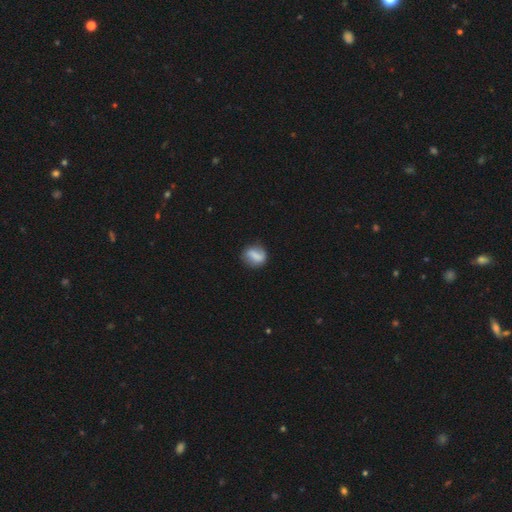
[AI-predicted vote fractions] This is likely a smooth galaxy (68%). How rounded: possibly round (49%). Merging: likely none (72%).